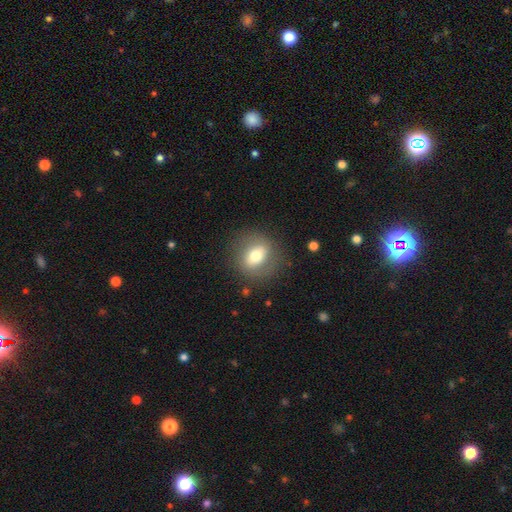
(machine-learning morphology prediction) smooth_or_featured: smooth (p=0.61) [alt: featured or disk p=0.31]
how_rounded: round (p=0.63) [alt: in between p=0.35]
merging: none (p=0.81) [alt: minor disturbance p=0.12]